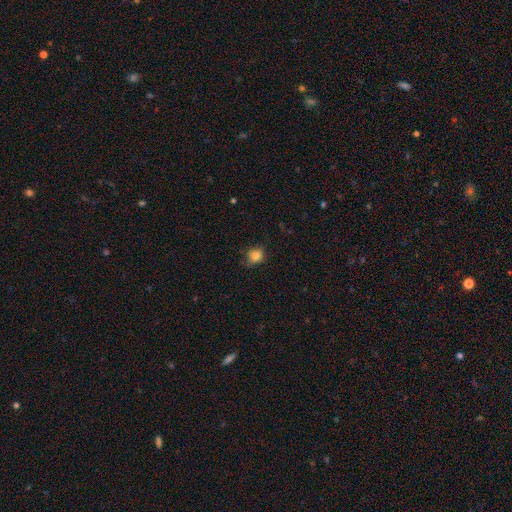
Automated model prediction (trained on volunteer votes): Smooth or featured? Predicted: smooth (p=0.81). How rounded? Predicted: round (p=0.68). Merging? Predicted: none (p=0.71).